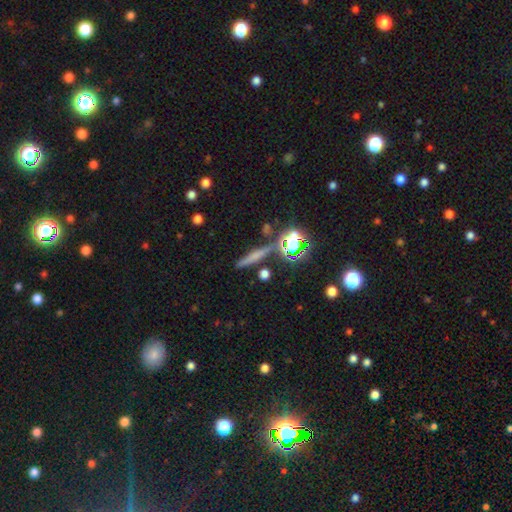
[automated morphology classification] This is possibly a smooth galaxy (50%). How rounded: clearly cigar-shaped (83%). Merging: likely none (79%).